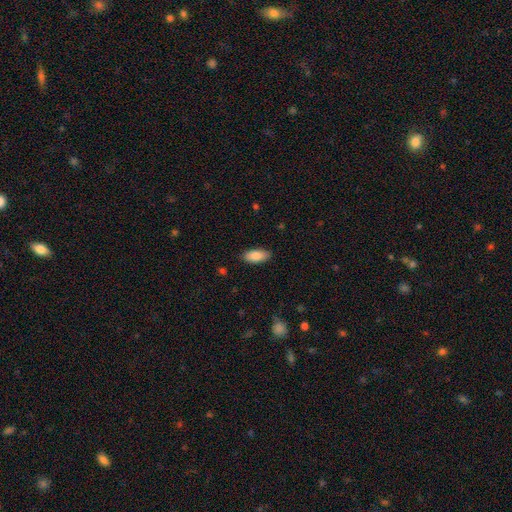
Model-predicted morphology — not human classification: smooth-or-featured: smooth: 87% | featured or disk: 7% | star or artifact: 6%
  how-rounded: in between: 89% | cigar-shaped: 9% | round: 2%
  merging: none: 87% | minor disturbance: 10% | major disturbance: 2% | merger: 1%